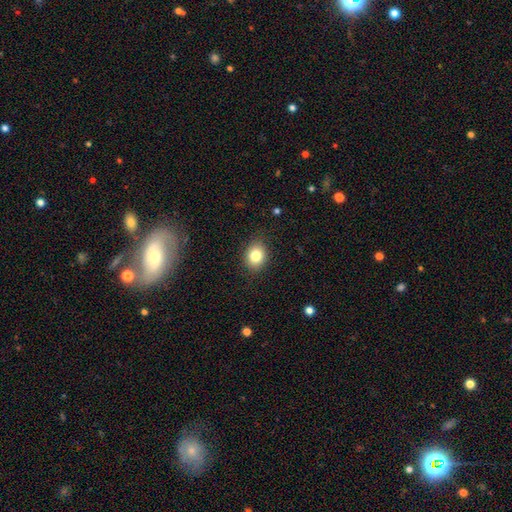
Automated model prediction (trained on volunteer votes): smooth-or-featured: smooth: 82% | star or artifact: 10% | featured or disk: 8%
  how-rounded: round: 54% | in between: 45% | cigar-shaped: 1%
  merging: none: 85% | minor disturbance: 11% | major disturbance: 3% | merger: 1%